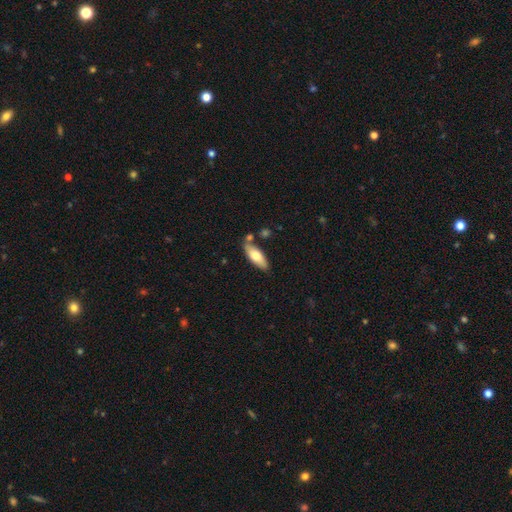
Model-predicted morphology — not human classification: The model was most divided on "smooth or featured": smooth: 68%, featured or disk: 26%, star or artifact: 6%. More confident: merging — none (72%); how rounded — in between (70%).